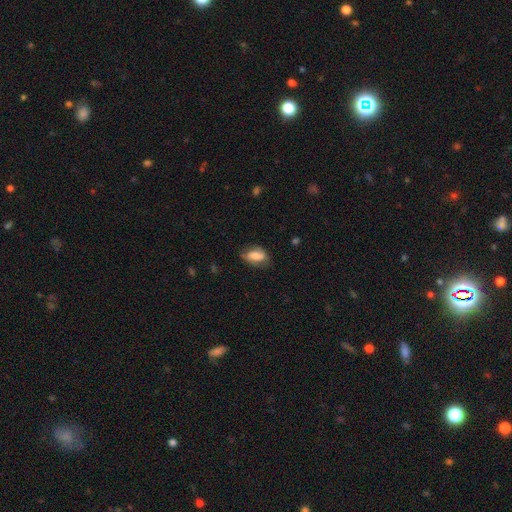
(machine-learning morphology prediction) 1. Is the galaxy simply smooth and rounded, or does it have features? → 69% smooth, 24% featured or disk, 8% star or artifact.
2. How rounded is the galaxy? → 87% in between, 8% round, 5% cigar-shaped.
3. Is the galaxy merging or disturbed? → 63% none, 27% minor disturbance, 8% major disturbance, 2% merger.